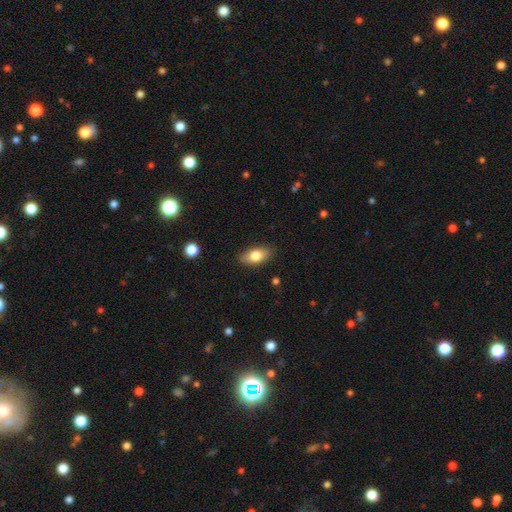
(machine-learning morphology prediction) The model was most divided on "smooth or featured": smooth: 79%, featured or disk: 14%, star or artifact: 7%. More confident: how rounded — in between (88%); merging — none (86%).